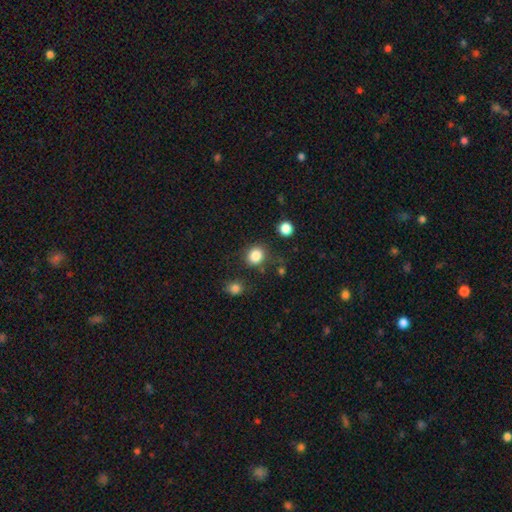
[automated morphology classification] A smooth galaxy with no disk features (85%) that is round (76%).

Vote fractions:
- Smooth or featured? smooth: 85% / star or artifact: 11% / featured or disk: 4%
- How rounded? round: 76% / in between: 23% / cigar-shaped: 1%
- Merging? none: 80% / minor disturbance: 11% / merger: 4% / major disturbance: 4%